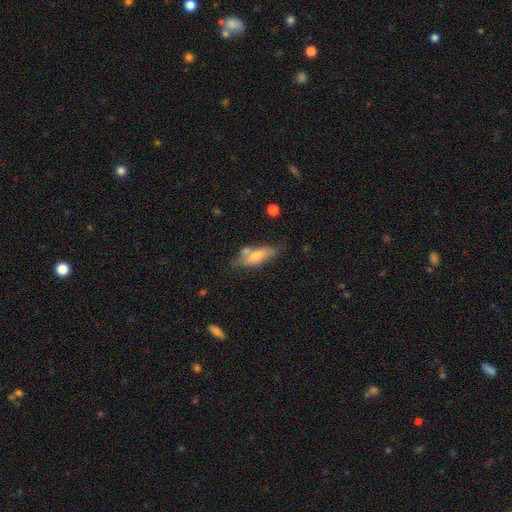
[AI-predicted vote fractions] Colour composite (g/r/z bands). It shows a smooth galaxy with no disk features (54%) that is in between round and cigar-shaped (55%). Merging: none (57%).